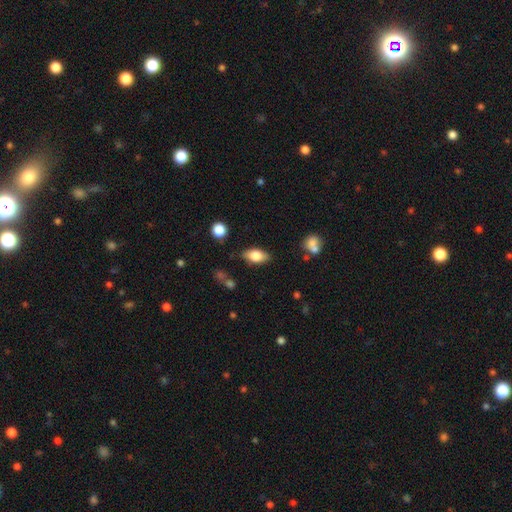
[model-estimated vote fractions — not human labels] Overall: smooth (74%). How rounded: in between (88%). Merging: none (81%).